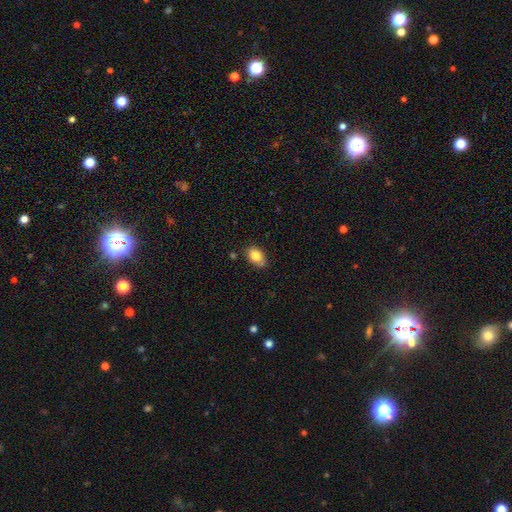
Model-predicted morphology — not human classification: Smooth or featured?
  - smooth: 83% *
  - featured or disk: 9%
  - star or artifact: 8%
How rounded?
  - in between: 83% *
  - round: 16%
  - cigar-shaped: 1%
Merging?
  - none: 70% *
  - minor disturbance: 22%
  - merger: 4%
  - major disturbance: 4%